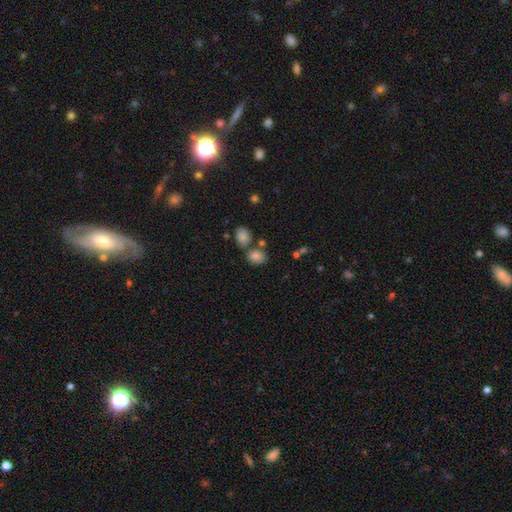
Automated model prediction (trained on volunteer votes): smooth_or_featured: smooth (p=0.81) [alt: star or artifact p=0.13]
how_rounded: round (p=0.50) [alt: in between p=0.49]
merging: none (p=0.59) [alt: merger p=0.26]